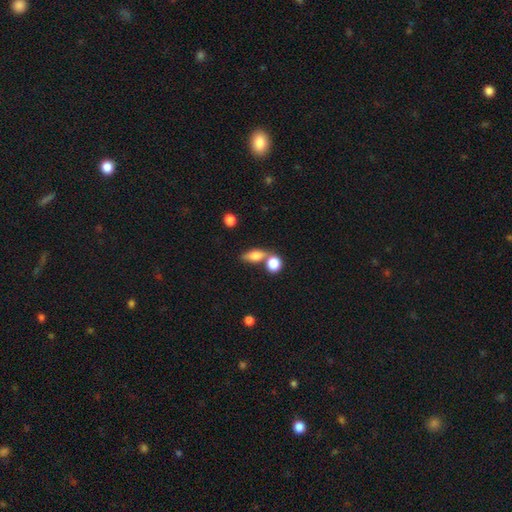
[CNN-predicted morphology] Smooth or featured? smooth (73%)
How rounded? in between (67%)
Merging? none (50%)